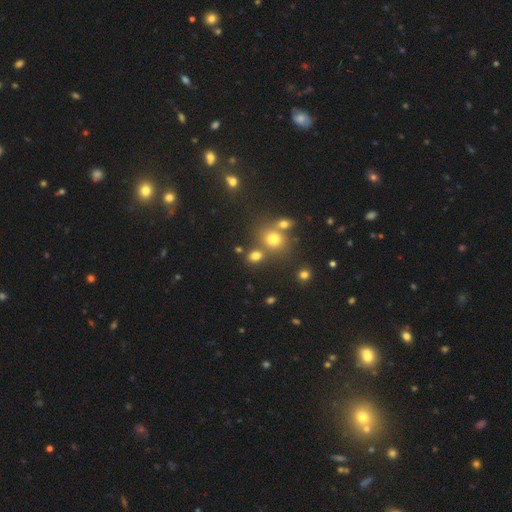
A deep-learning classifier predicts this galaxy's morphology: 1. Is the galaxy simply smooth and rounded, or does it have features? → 72% smooth, 18% star or artifact, 9% featured or disk.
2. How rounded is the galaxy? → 59% round, 40% in between, 2% cigar-shaped.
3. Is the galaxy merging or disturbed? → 62% none, 23% merger, 10% minor disturbance, 5% major disturbance.